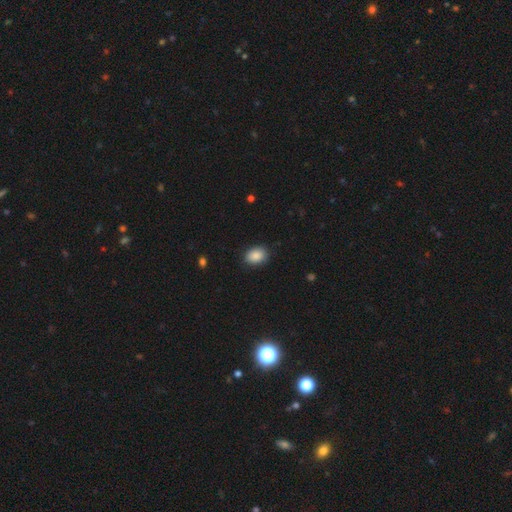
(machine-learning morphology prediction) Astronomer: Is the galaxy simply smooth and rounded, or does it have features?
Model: smooth — 89%.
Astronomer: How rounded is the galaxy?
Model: in between — 73%.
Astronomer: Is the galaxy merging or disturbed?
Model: none — 87%.